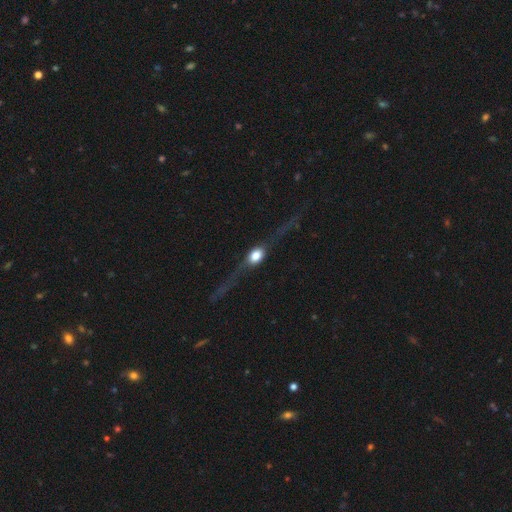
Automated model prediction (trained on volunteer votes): Overall: featured or disk (74%). Edge-on disk: yes (90%). Edge-on bulge: rounded (95%). Merging: none (73%).